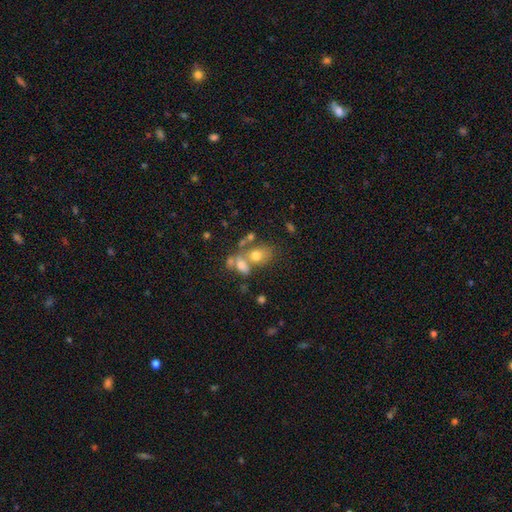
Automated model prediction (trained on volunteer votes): Smooth or featured? Predicted: smooth (p=0.63). How rounded? Predicted: in between (p=0.69). Merging? Predicted: merger (p=0.47).